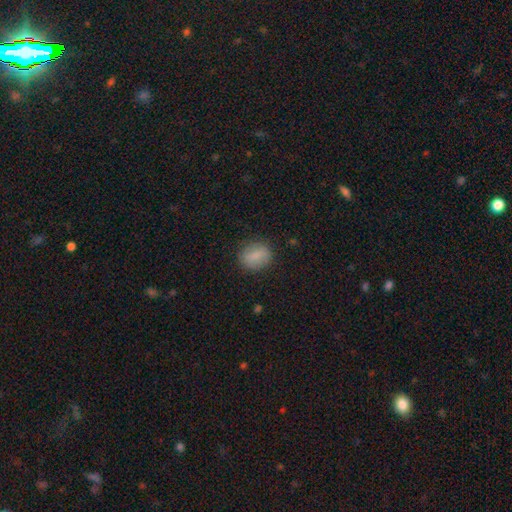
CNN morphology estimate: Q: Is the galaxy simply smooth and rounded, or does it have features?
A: smooth — 82%.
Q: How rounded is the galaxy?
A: round — 53%.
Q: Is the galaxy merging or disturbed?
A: none — 82%.